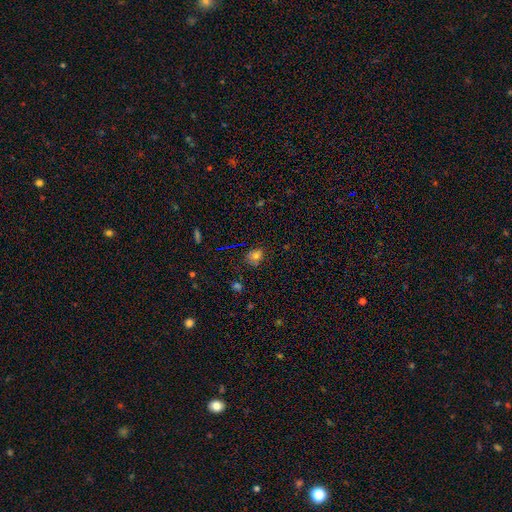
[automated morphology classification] Overall: smooth (68%). How rounded: round (62%; in between 37%). Merging: none (73%).